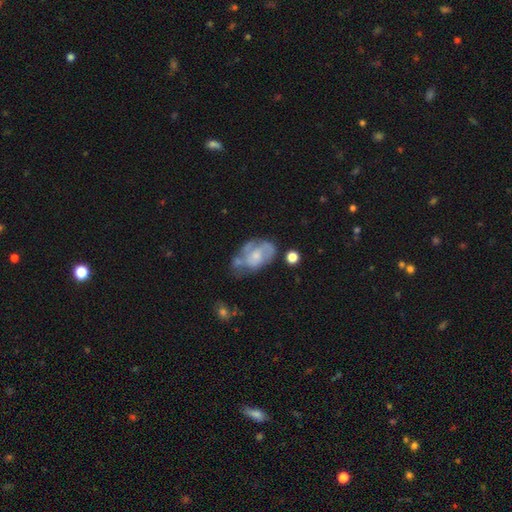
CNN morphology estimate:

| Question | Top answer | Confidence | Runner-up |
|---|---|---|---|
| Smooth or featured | featured or disk | 60% | smooth (32%) |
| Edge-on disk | no | 96% | yes (4%) |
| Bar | no | 74% | weak (23%) |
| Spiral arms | yes | 60% | no (40%) |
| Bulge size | small | 45% | moderate (37%) |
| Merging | none | 35% | minor disturbance (28%) |